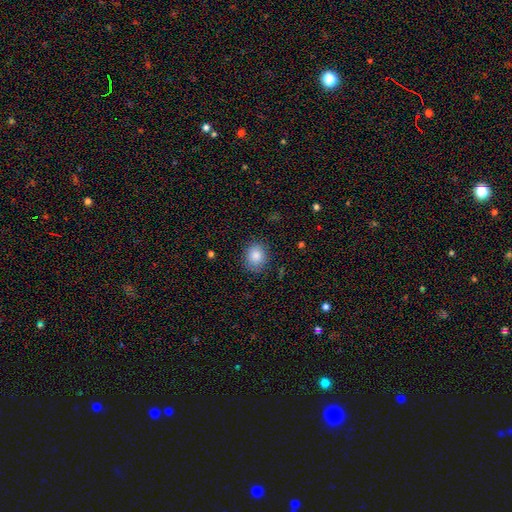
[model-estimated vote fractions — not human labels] smooth_or_featured: smooth (p=0.85) [alt: star or artifact p=0.09]
how_rounded: round (p=0.61) [alt: in between p=0.38]
merging: none (p=0.84) [alt: minor disturbance p=0.12]